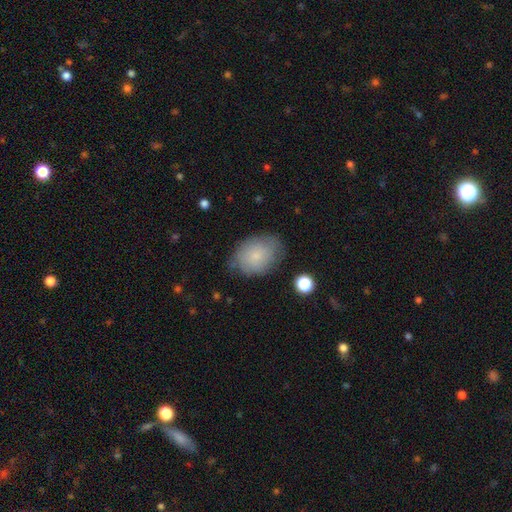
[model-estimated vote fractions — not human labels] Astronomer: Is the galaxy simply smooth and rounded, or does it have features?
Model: smooth — 77%.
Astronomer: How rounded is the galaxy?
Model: in between — 76%.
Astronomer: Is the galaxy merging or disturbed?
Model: none — 71%.